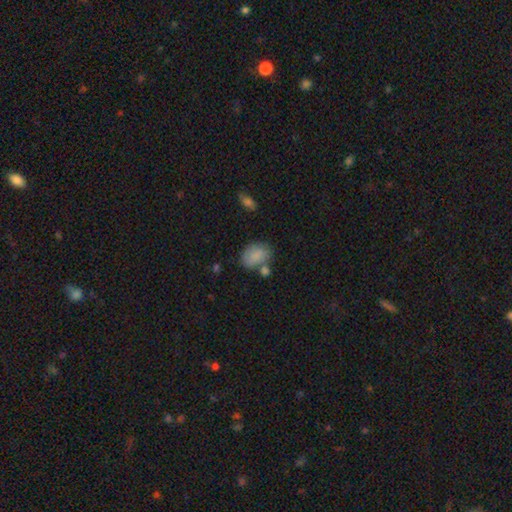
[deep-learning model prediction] Smooth or featured: smooth — 83% (featured or disk — 9%)
How rounded: in between — 77% (round — 22%)
Merging: none — 54% (minor disturbance — 20%)